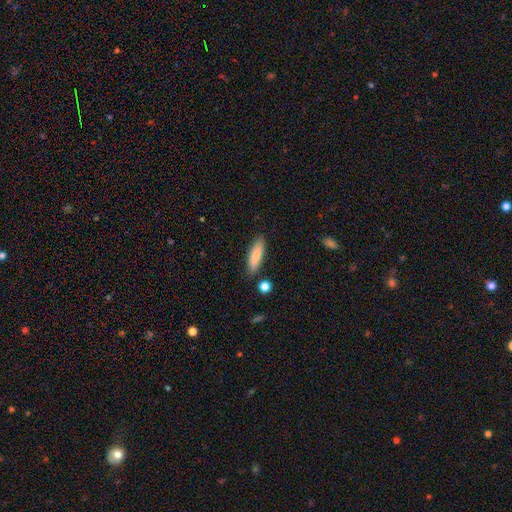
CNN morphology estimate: Q: Smooth or featured?
A: smooth (83%); runner-up: featured or disk (11%)
Q: How rounded?
A: cigar-shaped (55%); runner-up: in between (43%)
Q: Merging?
A: none (83%); runner-up: minor disturbance (11%)